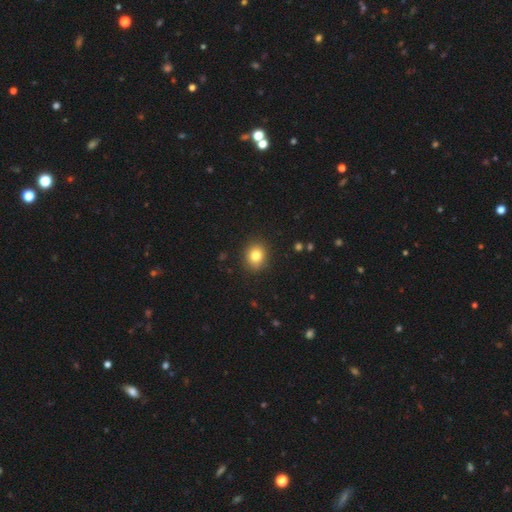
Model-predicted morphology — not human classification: smooth-or-featured: smooth: 82% | star or artifact: 11% | featured or disk: 8%
  how-rounded: round: 69% | in between: 31% | cigar-shaped: 1%
  merging: none: 89% | minor disturbance: 7% | major disturbance: 2% | merger: 1%